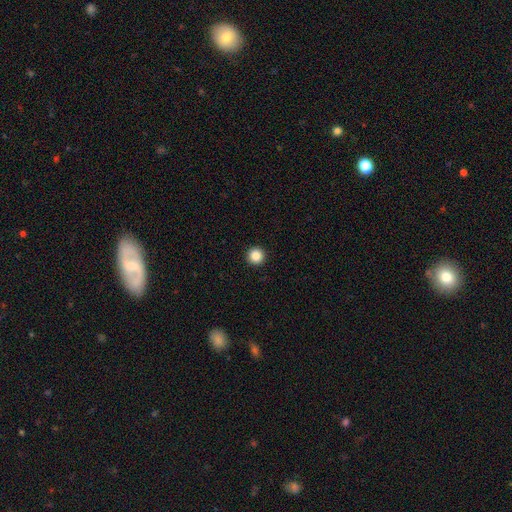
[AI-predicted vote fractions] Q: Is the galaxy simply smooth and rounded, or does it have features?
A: smooth — 86%.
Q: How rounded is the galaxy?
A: round — 97%.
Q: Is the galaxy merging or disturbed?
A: none — 94%.